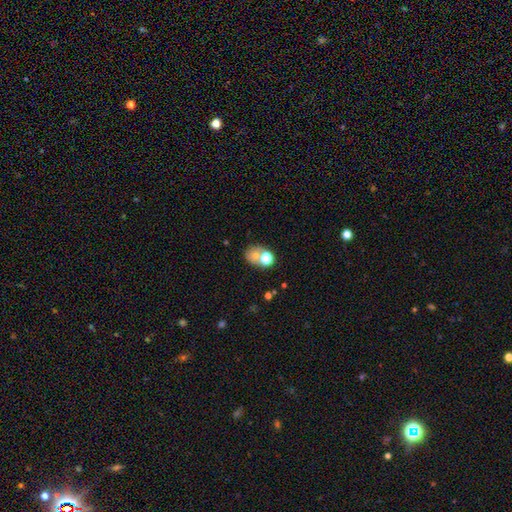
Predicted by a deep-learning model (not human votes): smooth 67%, featured or disk 18%, star or artifact 15%. Down the decision tree: how rounded — round (60%); merging — merger (43%).